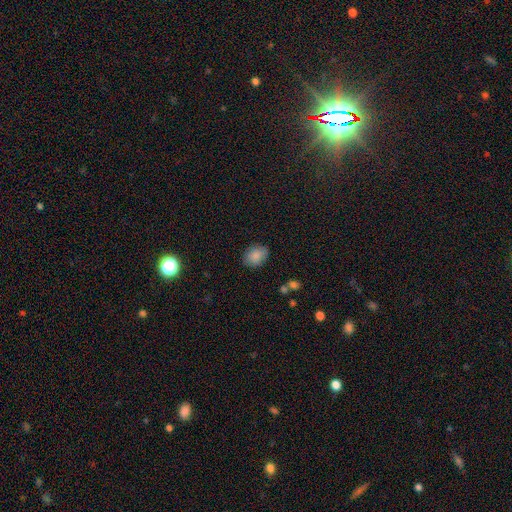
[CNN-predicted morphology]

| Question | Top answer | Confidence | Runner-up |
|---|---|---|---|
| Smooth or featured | smooth | 86% | star or artifact (8%) |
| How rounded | in between | 67% | round (32%) |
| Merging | none | 81% | minor disturbance (15%) |